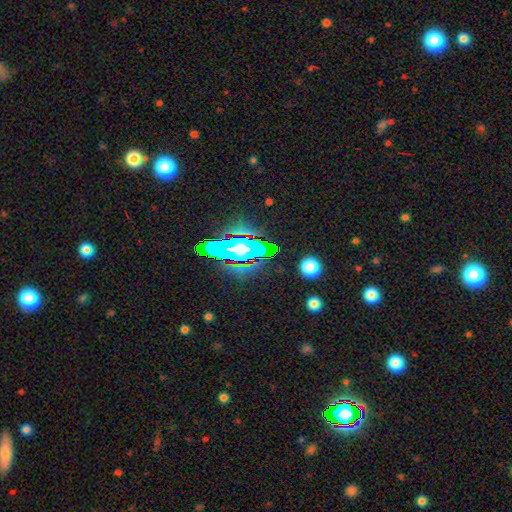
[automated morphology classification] The model was most divided on "smooth or featured": star or artifact: 54%, smooth: 25%, featured or disk: 21%.